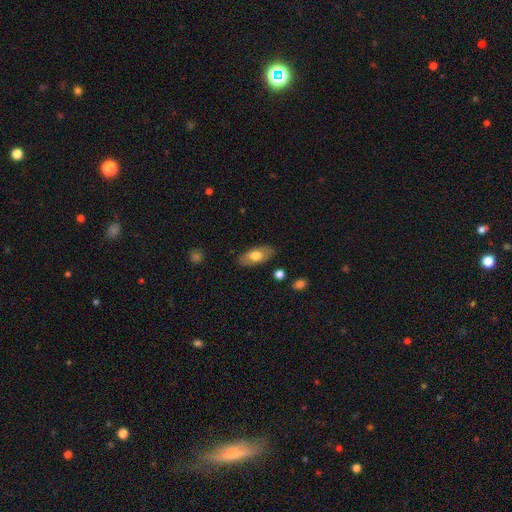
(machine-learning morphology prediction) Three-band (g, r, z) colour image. It shows a smooth galaxy with no disk features (68%) that is in between round and cigar-shaped (91%). Merging: none (84%).